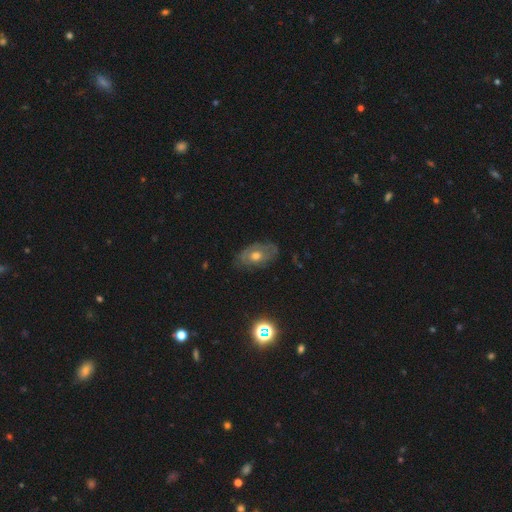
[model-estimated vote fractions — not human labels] smooth-or-featured: featured or disk: 59% | smooth: 31% | star or artifact: 10%
  disk-edge-on: no: 91% | yes: 9%
    bar: no: 85% | weak: 13% | strong: 3%
    has-spiral-arms: no: 52% | yes: 48%
    bulge-size: moderate: 74% | small: 15% | large: 9% | none: 1% | dominant: 1%
  merging: none: 72% | minor disturbance: 20% | major disturbance: 6% | merger: 1%